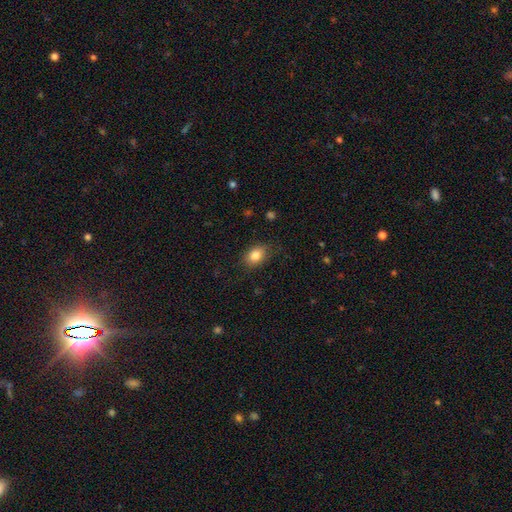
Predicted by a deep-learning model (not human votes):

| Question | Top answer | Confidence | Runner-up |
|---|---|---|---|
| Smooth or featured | smooth | 84% | star or artifact (9%) |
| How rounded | in between | 75% | round (24%) |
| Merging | none | 80% | minor disturbance (15%) |